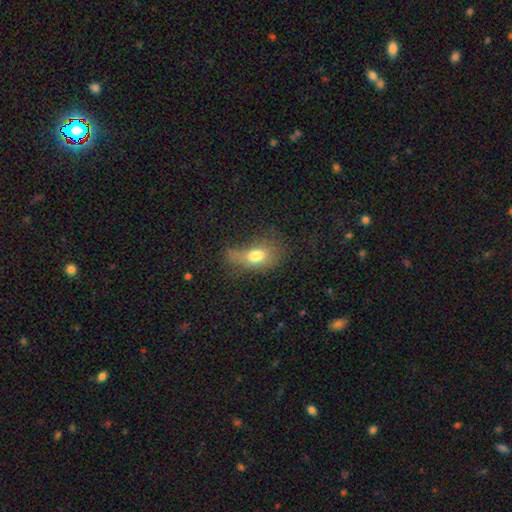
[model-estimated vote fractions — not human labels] A smooth galaxy with no disk features (70%) that is in between round and cigar-shaped (77%). Merging: major disturbance (41%).